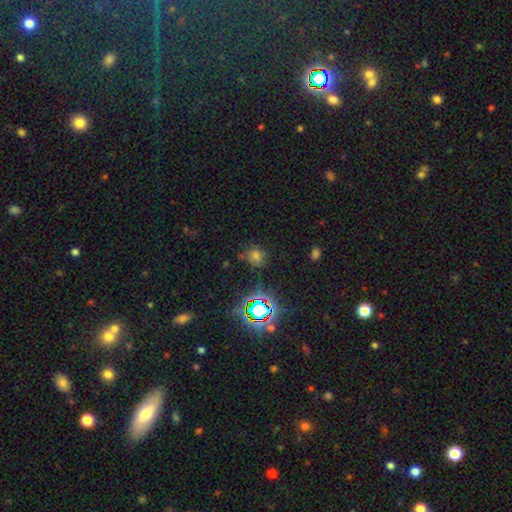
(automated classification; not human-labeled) Smooth or featured?
  - smooth: 53% *
  - star or artifact: 39%
  - featured or disk: 8%
How rounded?
  - round: 75% *
  - in between: 23%
  - cigar-shaped: 1%
Merging?
  - none: 79% *
  - minor disturbance: 13%
  - major disturbance: 4%
  - merger: 4%